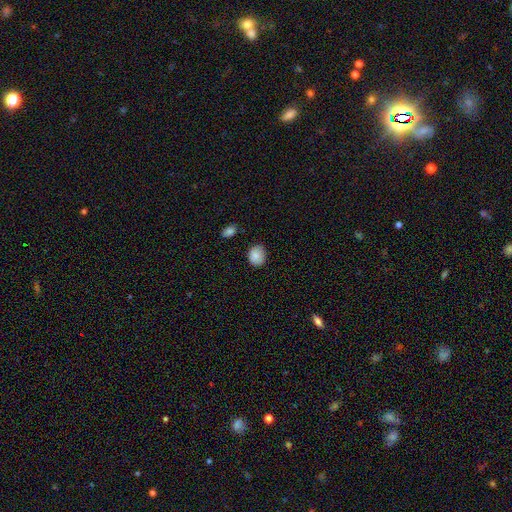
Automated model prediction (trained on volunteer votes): The model was most divided on "how rounded": round: 61%, in between: 38%, cigar-shaped: 1%. More confident: smooth or featured — smooth (86%); merging — none (79%).